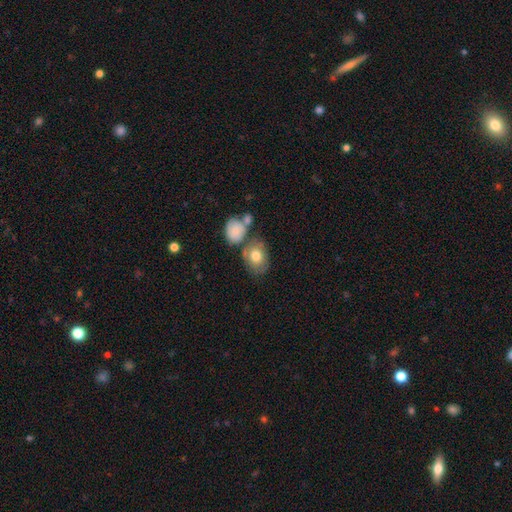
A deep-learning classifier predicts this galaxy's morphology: The model was most divided on "merging": none: 51%, merger: 24%, minor disturbance: 18%, major disturbance: 7%. More confident: smooth or featured — smooth (73%); how rounded — in between (64%).